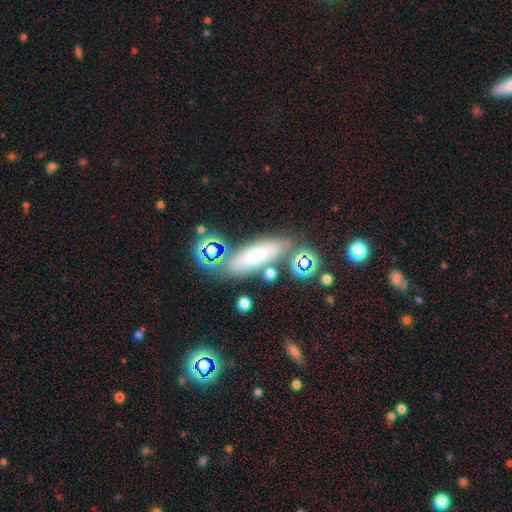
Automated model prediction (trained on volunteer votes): Q: Smooth or featured?
A: smooth (58%); runner-up: featured or disk (26%)
Q: How rounded?
A: cigar-shaped (49%); runner-up: in between (46%)
Q: Merging?
A: none (77%); runner-up: minor disturbance (12%)